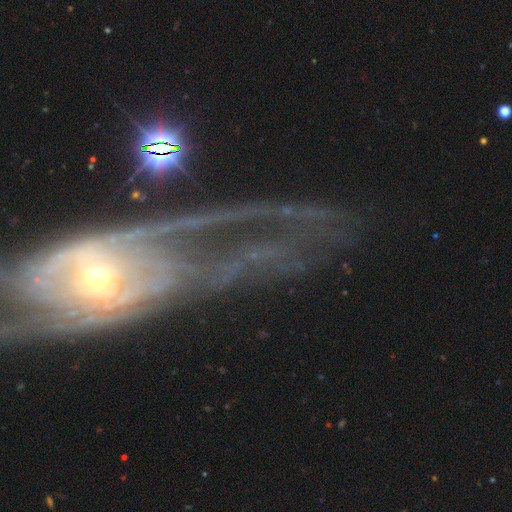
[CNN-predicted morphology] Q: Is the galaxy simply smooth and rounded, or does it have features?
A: featured or disk — 83%.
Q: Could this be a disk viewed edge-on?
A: no — 88%.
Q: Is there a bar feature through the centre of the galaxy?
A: no — 53%.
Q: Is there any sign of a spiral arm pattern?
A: yes — 85%.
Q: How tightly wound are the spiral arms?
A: tight — 46%.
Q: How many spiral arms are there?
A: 2 — 38%.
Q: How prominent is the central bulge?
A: small — 53%.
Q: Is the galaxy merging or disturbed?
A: none — 58%.